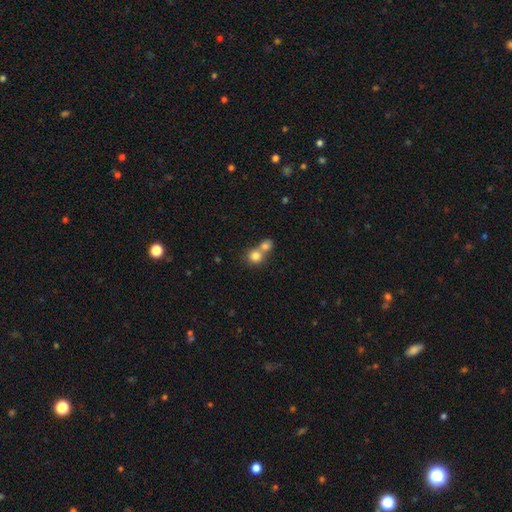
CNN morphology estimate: This appears to be a smooth galaxy with no disk features (80%) that is round (83%). Merging: merger (59%).